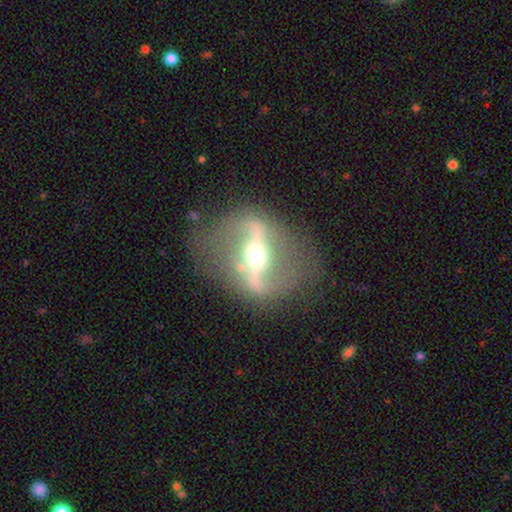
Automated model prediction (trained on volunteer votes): A featured or disk galaxy (86%) with a strong bar (75%), 2 (90%) loose (55%) spiral arms (75%) and a moderate central bulge (63%). Merging: none (73%).